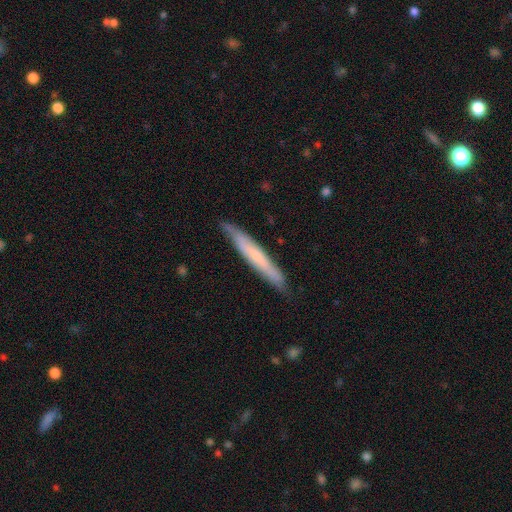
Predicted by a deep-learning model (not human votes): Smooth or featured? Predicted: smooth (p=0.52). How rounded? Predicted: cigar-shaped (p=0.95). Merging? Predicted: none (p=0.85).